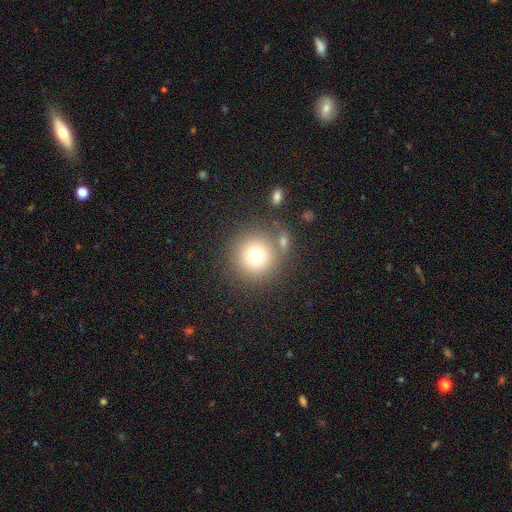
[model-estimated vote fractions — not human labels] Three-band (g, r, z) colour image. It shows a smooth galaxy with no disk features (74%) that is round (94%). Merging: none (74%).